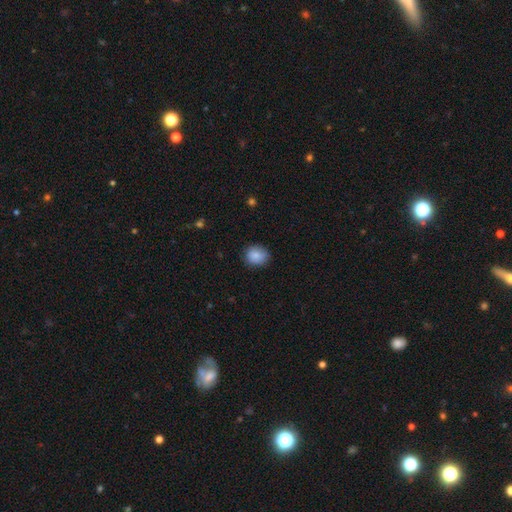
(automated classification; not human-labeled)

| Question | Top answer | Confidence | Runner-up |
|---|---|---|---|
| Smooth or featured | smooth | 87% | star or artifact (8%) |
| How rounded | round | 72% | in between (27%) |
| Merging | none | 83% | minor disturbance (13%) |